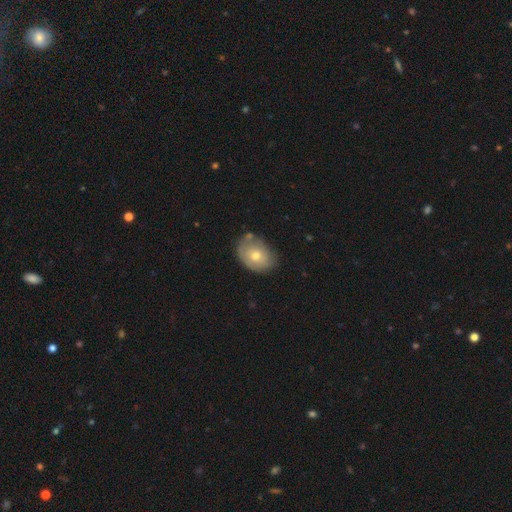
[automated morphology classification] smooth 59%, featured or disk 33%, star or artifact 8%. Down the decision tree: how rounded — in between (70%); merging — none (62%).